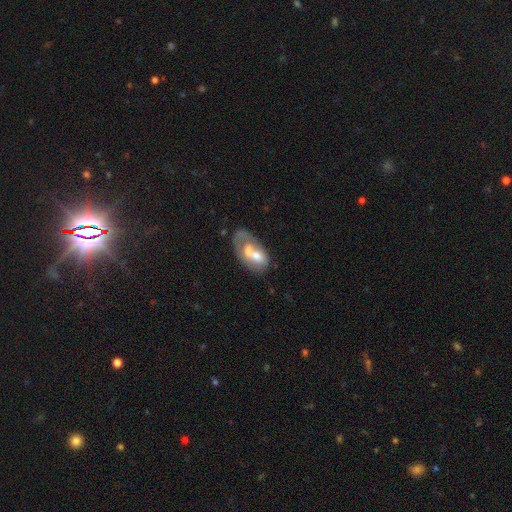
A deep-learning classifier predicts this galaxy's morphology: A featured or disk galaxy (49%).

Vote fractions:
- Smooth or featured? featured or disk: 49% / smooth: 44% / star or artifact: 7%
- Merging? merger: 55% / none: 18% / major disturbance: 14% / minor disturbance: 13%